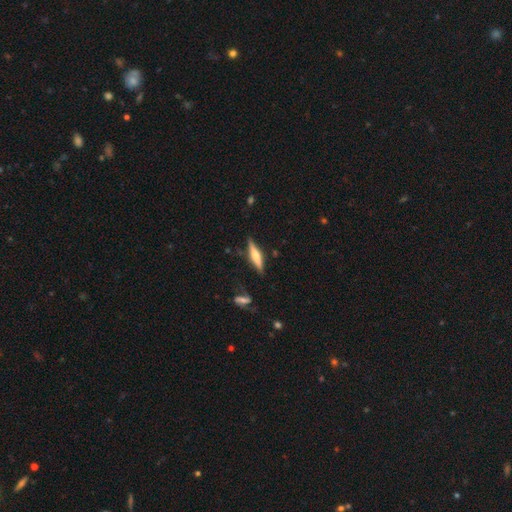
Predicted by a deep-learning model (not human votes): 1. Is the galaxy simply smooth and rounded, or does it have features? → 58% featured or disk, 36% smooth, 6% star or artifact.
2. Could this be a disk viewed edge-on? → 95% yes, 5% no.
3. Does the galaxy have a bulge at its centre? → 76% rounded, 16% boxy, 8% none.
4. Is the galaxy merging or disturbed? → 81% none, 13% minor disturbance, 3% major disturbance, 3% merger.